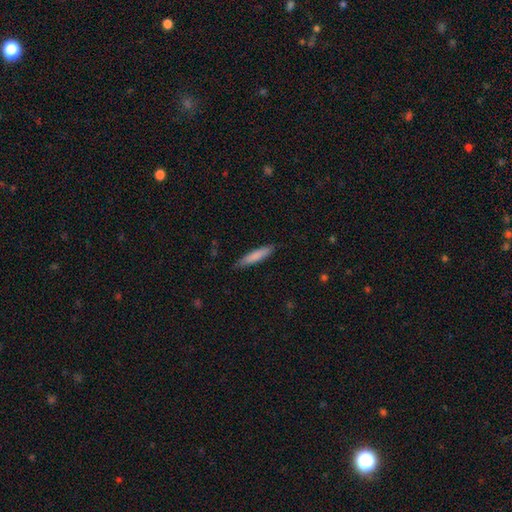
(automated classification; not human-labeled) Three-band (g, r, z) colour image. It shows a smooth galaxy with no disk features (81%) that is cigar-shaped (84%). Merging: none (84%).